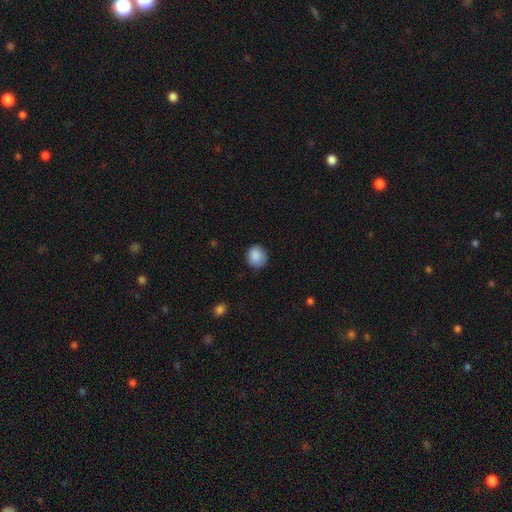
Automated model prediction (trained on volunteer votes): The model was most divided on "how rounded": round: 81%, in between: 19%, cigar-shaped: 1%. More confident: smooth or featured — smooth (88%); merging — none (80%).